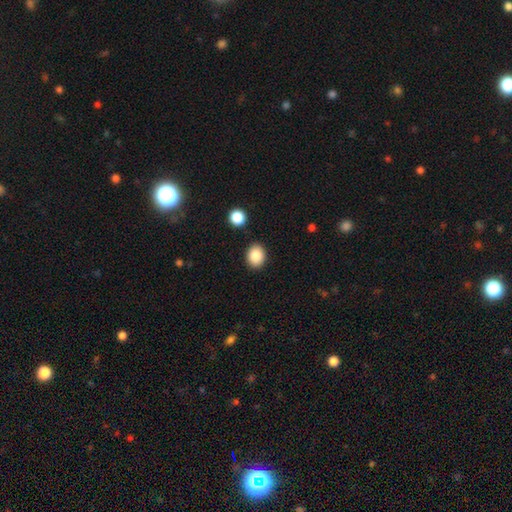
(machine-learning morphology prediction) This is clearly a smooth galaxy (87%). How rounded: possibly in between (50%). Merging: clearly none (88%).